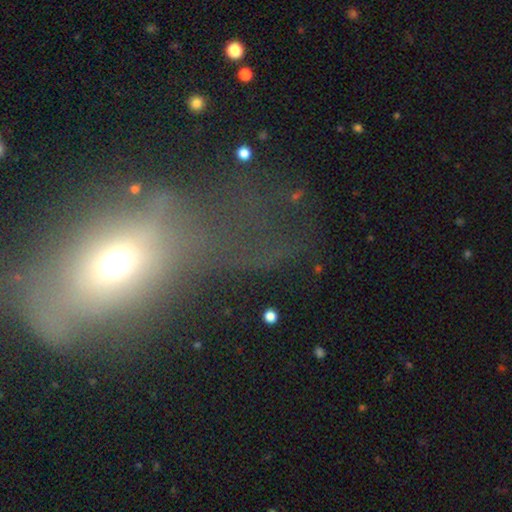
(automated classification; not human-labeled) smooth_or_featured: smooth (p=0.41) [alt: featured or disk p=0.30]
merging: major disturbance (p=0.44) [alt: none p=0.34]